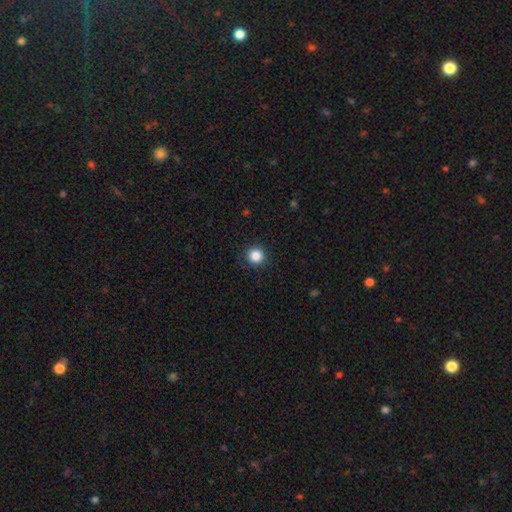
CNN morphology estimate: smooth 86%, star or artifact 11%, featured or disk 3%. Down the decision tree: how rounded — round (95%); merging — none (90%).